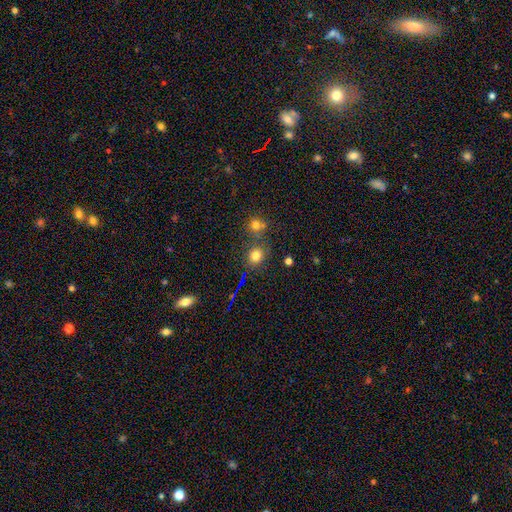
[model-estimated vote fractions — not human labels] smooth 74%, star or artifact 17%, featured or disk 8%. Down the decision tree: how rounded — round (75%); merging — none (72%).